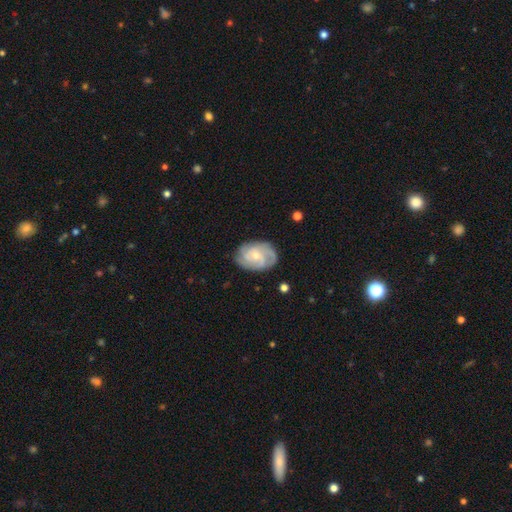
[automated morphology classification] A featured or disk galaxy (81%) with no bar (66%), 3 (38%) tight (58%) spiral arms (95%) and a small central bulge (56%). Merging: none (77%).